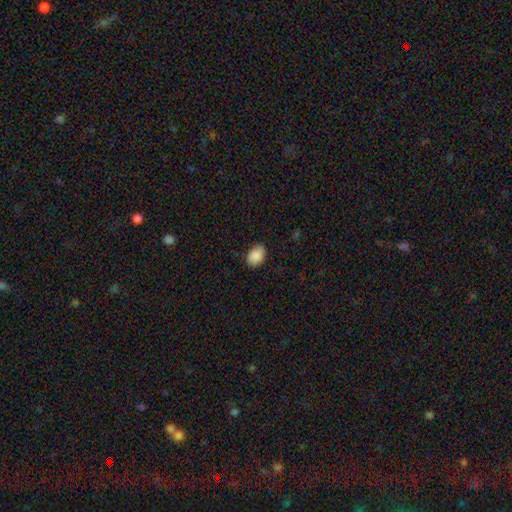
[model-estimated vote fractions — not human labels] This appears to be a smooth galaxy with no disk features (89%) that is in between round and cigar-shaped (76%). Merging: none (83%).